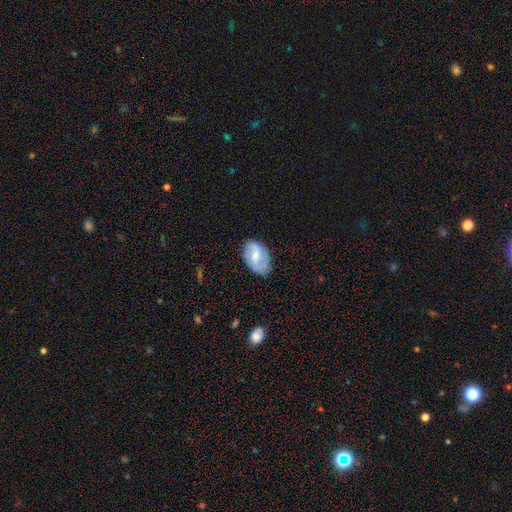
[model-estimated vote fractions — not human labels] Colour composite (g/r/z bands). It shows a featured or disk galaxy (52%) with a weak bar (54%), spiral arms (76%) and a moderate central bulge (47%). Merging: none (70%).